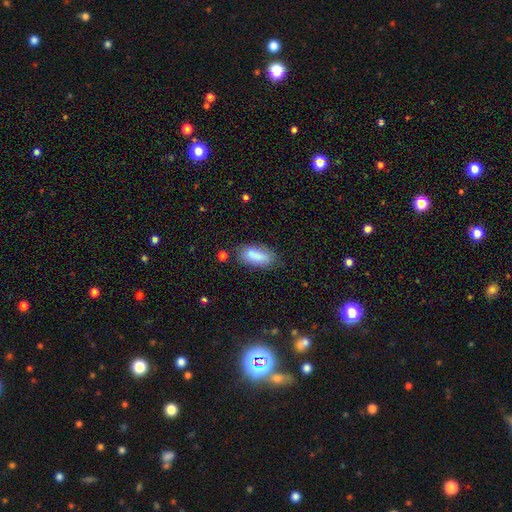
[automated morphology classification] Smooth or featured? smooth (84%)
How rounded? in between (83%)
Merging? none (69%)